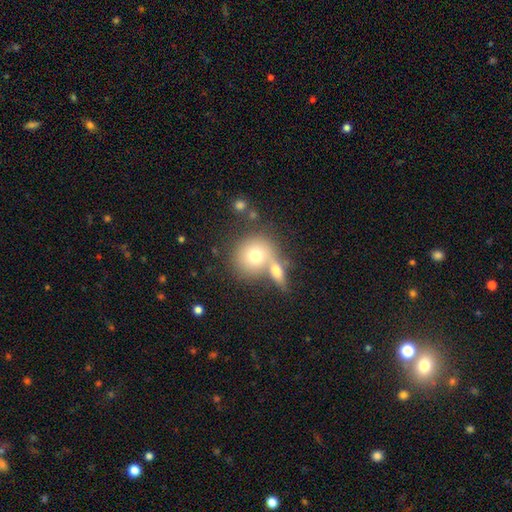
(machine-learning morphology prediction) smooth 71%, featured or disk 19%, star or artifact 9%. Down the decision tree: how rounded — round (85%); merging — none (48%).